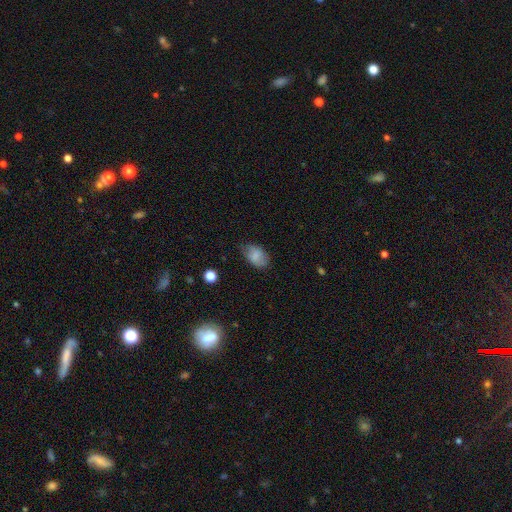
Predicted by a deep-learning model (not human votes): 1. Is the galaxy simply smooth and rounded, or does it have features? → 77% smooth, 15% featured or disk, 9% star or artifact.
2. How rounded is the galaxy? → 89% in between, 9% round, 2% cigar-shaped.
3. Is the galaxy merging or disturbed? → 69% none, 24% minor disturbance, 6% major disturbance, 1% merger.